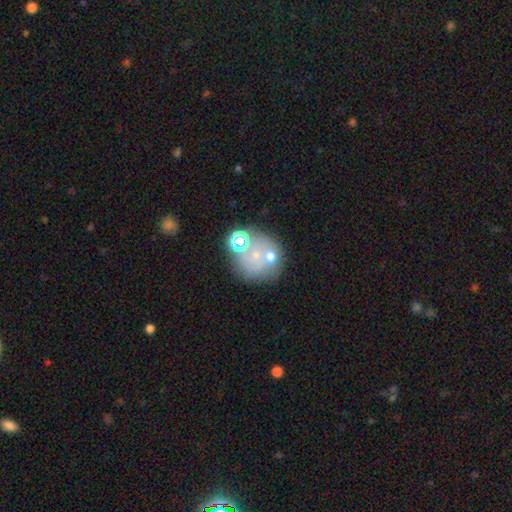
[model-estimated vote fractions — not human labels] Smooth or featured? Predicted: smooth (p=0.43). Merging? Predicted: none (p=0.47).